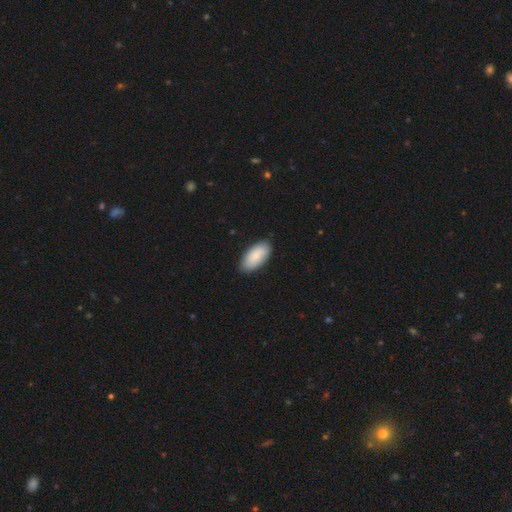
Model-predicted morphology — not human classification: smooth 83%, featured or disk 12%, star or artifact 5%. Down the decision tree: how rounded — in between (94%); merging — none (86%).